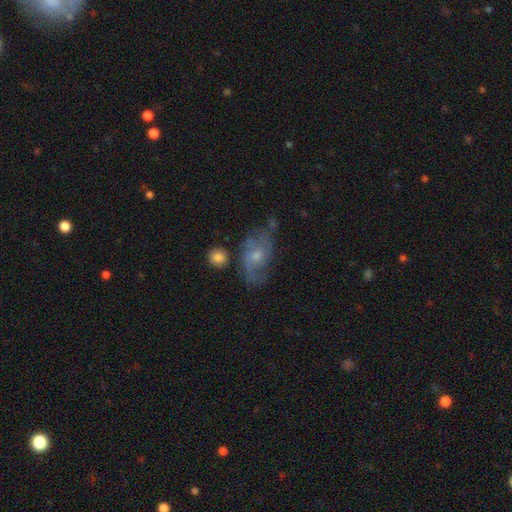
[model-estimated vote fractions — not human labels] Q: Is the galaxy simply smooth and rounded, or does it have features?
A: featured or disk — 63%.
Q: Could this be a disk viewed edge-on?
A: no — 94%.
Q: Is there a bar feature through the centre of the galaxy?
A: no — 68%.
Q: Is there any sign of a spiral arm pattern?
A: yes — 80%.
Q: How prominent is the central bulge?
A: moderate — 45%, tied with small.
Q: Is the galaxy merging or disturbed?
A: none — 52%.